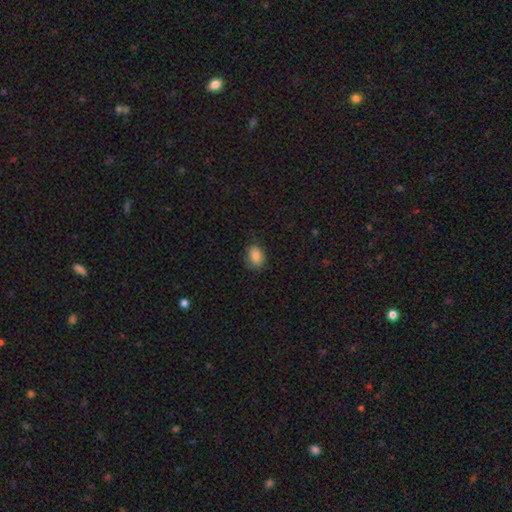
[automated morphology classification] smooth 83%, star or artifact 9%, featured or disk 8%. Down the decision tree: how rounded — in between (61%); merging — none (77%).